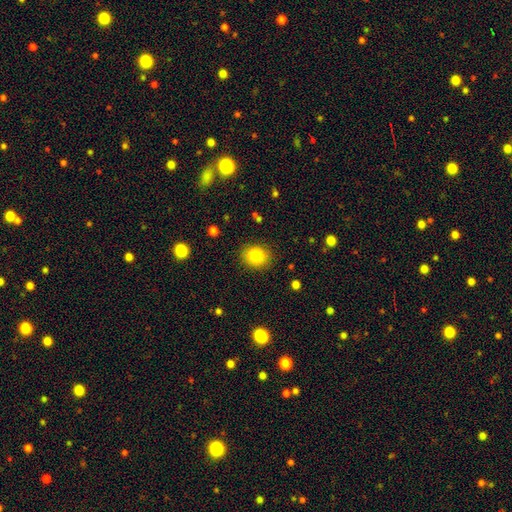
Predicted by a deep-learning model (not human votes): Smooth or featured? smooth (81%)
How rounded? round (66%)
Merging? none (88%)